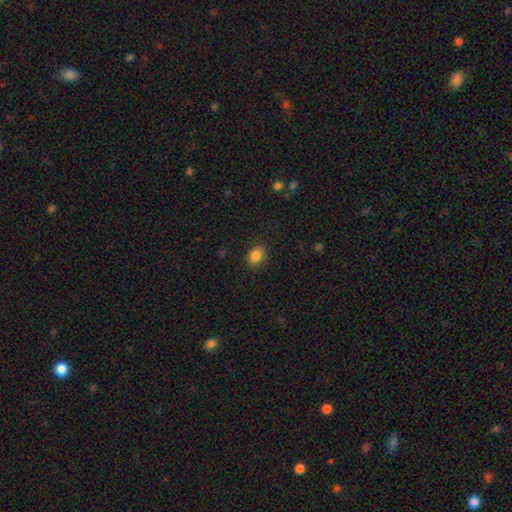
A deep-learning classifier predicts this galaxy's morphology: Smooth or featured?
  - smooth: 86% *
  - star or artifact: 10%
  - featured or disk: 4%
How rounded?
  - in between: 68% *
  - round: 31%
  - cigar-shaped: 1%
Merging?
  - none: 86% *
  - minor disturbance: 10%
  - major disturbance: 3%
  - merger: 1%